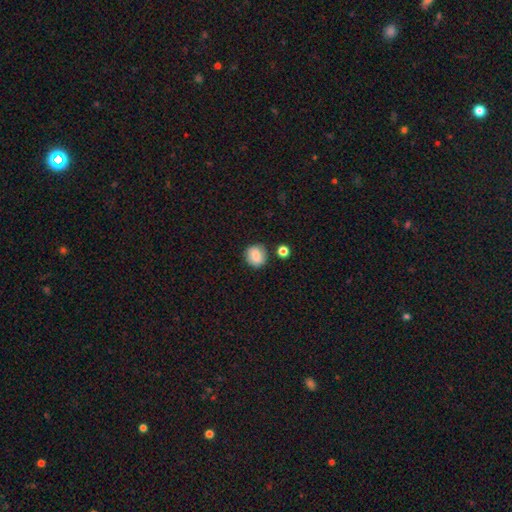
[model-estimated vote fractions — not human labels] A smooth galaxy with no disk features (83%) that is round (85%). Merging: none (79%).